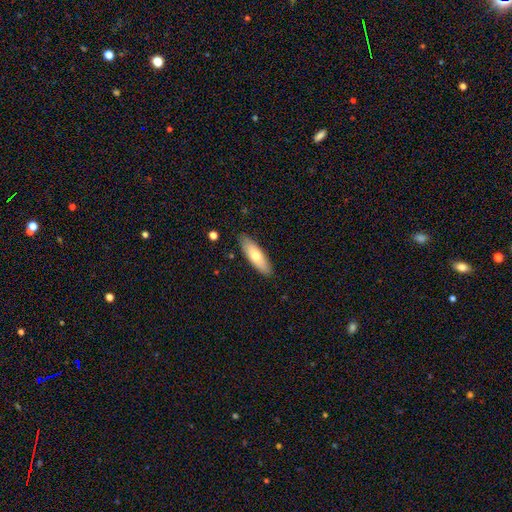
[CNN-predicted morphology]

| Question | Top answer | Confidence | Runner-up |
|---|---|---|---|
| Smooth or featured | smooth | 67% | featured or disk (27%) |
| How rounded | cigar-shaped | 50% | in between (48%) |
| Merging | none | 88% | minor disturbance (9%) |